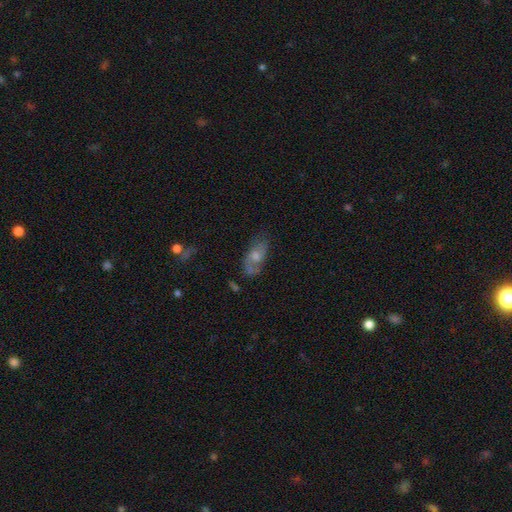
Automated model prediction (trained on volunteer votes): Smooth or featured? Predicted: featured or disk (p=0.49). Merging? Predicted: none (p=0.60).